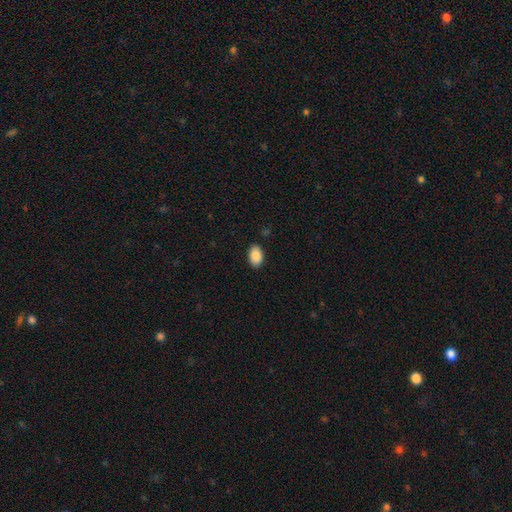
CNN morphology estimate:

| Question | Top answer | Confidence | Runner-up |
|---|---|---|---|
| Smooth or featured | smooth | 88% | star or artifact (7%) |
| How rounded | in between | 91% | round (8%) |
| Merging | none | 88% | minor disturbance (9%) |